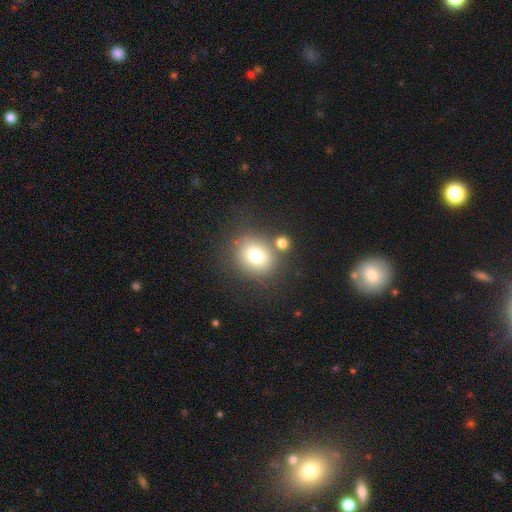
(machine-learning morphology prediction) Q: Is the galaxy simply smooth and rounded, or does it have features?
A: smooth — 76%.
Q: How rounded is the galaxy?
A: round — 70%.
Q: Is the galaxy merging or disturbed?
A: none — 70%.